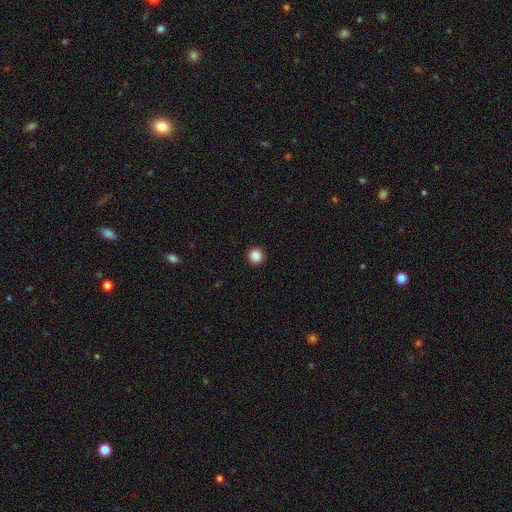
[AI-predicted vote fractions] smooth_or_featured: smooth (p=0.87) [alt: star or artifact p=0.10]
how_rounded: round (p=0.94) [alt: in between p=0.05]
merging: none (p=0.93) [alt: minor disturbance p=0.05]